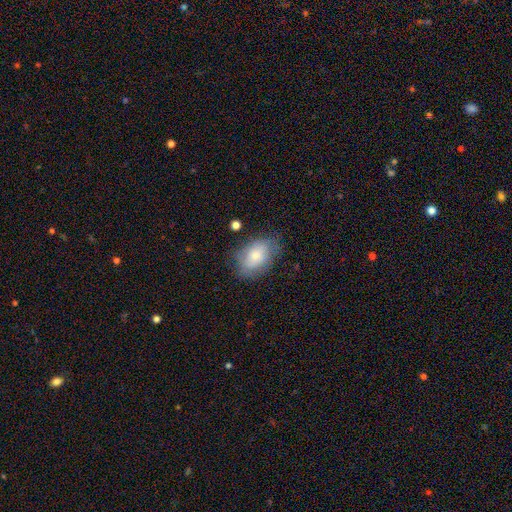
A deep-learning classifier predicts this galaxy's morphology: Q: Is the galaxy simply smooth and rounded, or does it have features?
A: smooth — 73%.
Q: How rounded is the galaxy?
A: in between — 84%.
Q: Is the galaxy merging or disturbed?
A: none — 67%.